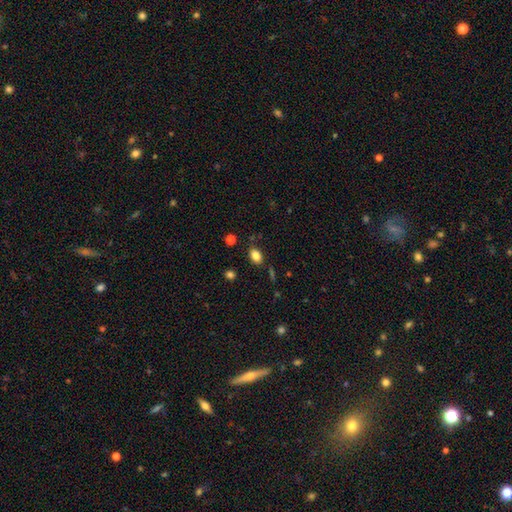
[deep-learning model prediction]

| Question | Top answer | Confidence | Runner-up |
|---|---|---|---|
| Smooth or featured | smooth | 83% | star or artifact (11%) |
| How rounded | in between | 79% | round (19%) |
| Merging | none | 83% | minor disturbance (12%) |